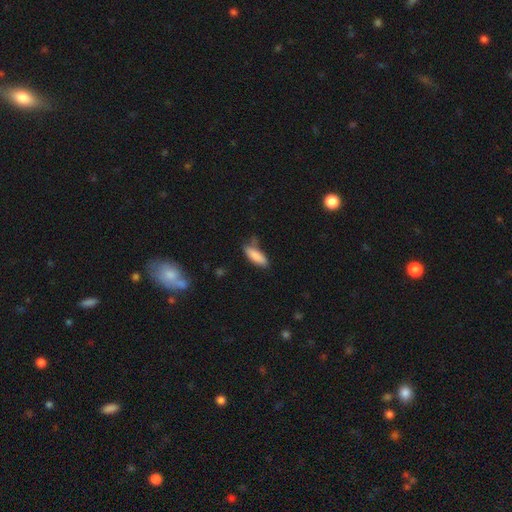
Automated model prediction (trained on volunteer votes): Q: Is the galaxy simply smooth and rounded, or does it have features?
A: smooth — 86%.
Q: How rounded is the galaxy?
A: in between — 63%.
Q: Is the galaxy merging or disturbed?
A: none — 64%.